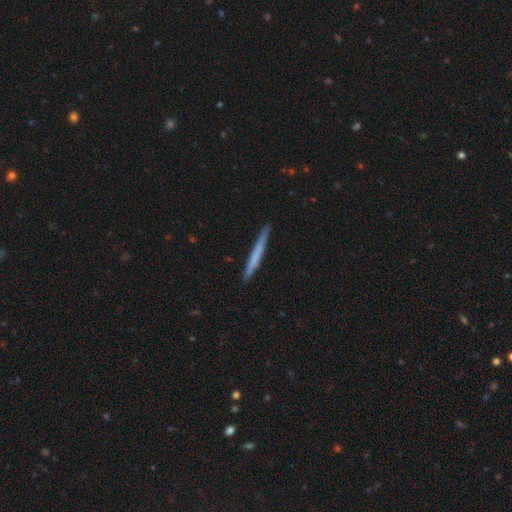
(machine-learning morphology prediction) type=smooth (58%); roundness=cigar-shaped (97%); merging=none (90%).